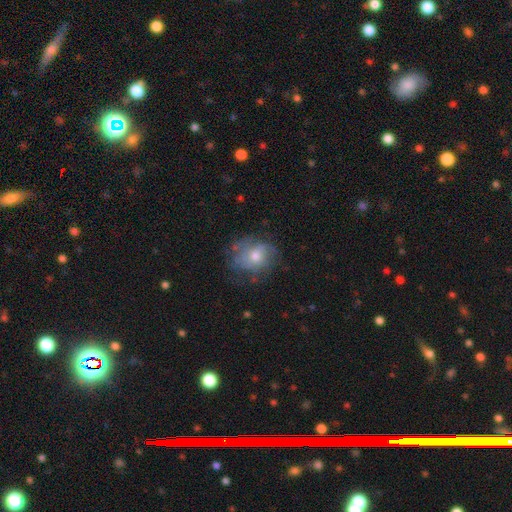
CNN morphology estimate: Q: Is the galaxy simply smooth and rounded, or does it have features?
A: smooth — 46%.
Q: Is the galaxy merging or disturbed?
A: none — 57%.